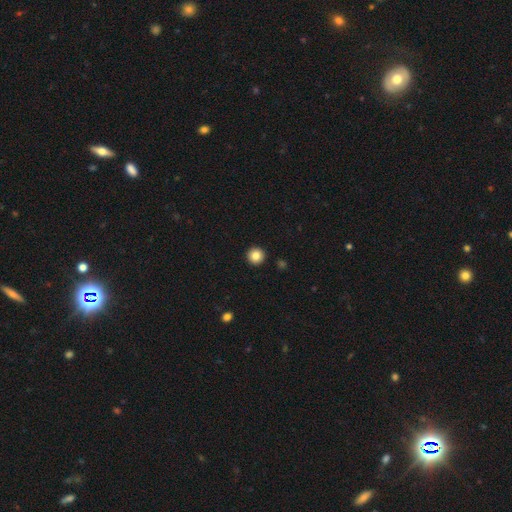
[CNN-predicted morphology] Smooth or featured: smooth — 85% (star or artifact — 9%)
How rounded: round — 96% (in between — 3%)
Merging: none — 94% (minor disturbance — 4%)